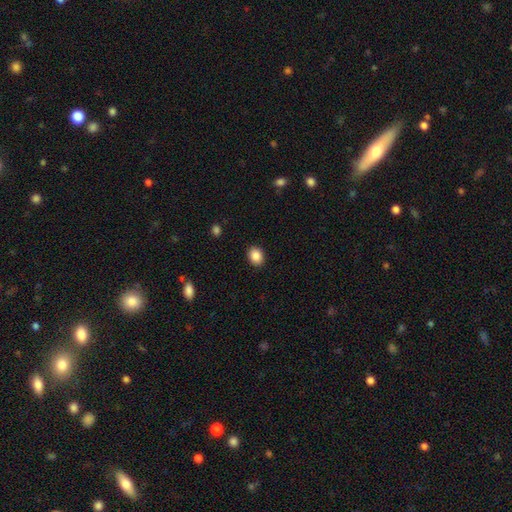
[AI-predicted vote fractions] smooth_or_featured: smooth (p=0.88) [alt: star or artifact p=0.09]
how_rounded: in between (p=0.56) [alt: round p=0.43]
merging: none (p=0.90) [alt: minor disturbance p=0.07]